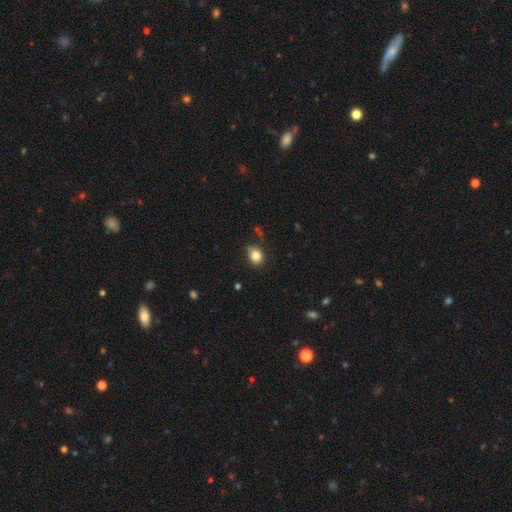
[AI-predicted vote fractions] smooth 82%, star or artifact 11%, featured or disk 7%. Down the decision tree: how rounded — round (63%); merging — none (71%).